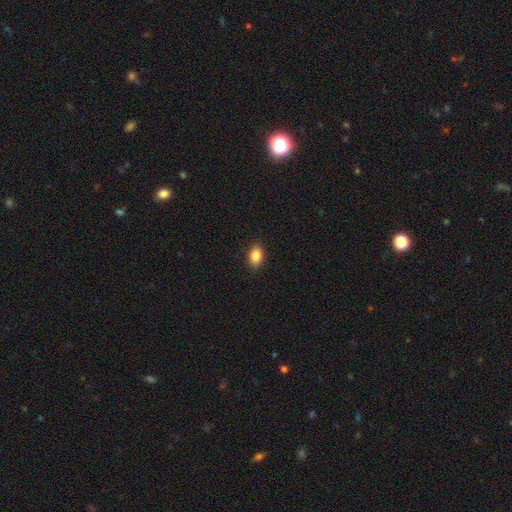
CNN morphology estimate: Smooth or featured? Predicted: smooth (p=0.87). How rounded? Predicted: in between (p=0.84). Merging? Predicted: none (p=0.88).